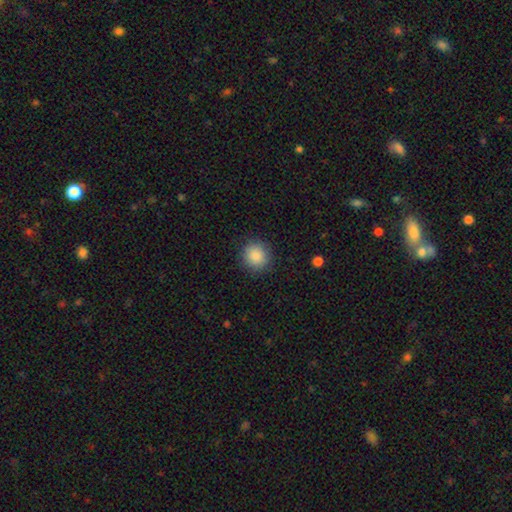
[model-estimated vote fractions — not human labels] This appears to be a smooth galaxy with no disk features (88%) that is round (89%). Merging: none (89%).